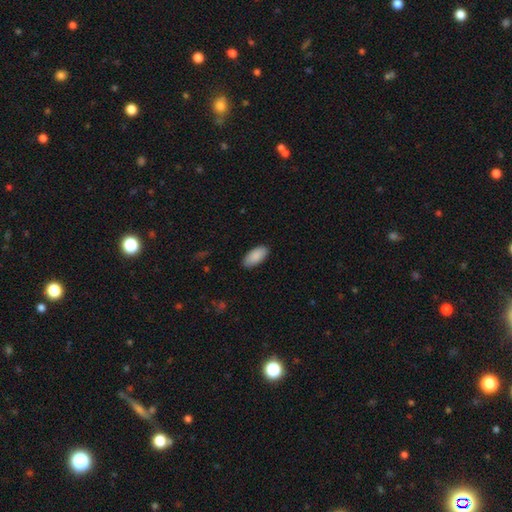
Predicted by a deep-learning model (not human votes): This appears to be a smooth galaxy with no disk features (90%) that is in between round and cigar-shaped (93%). Merging: none (88%).